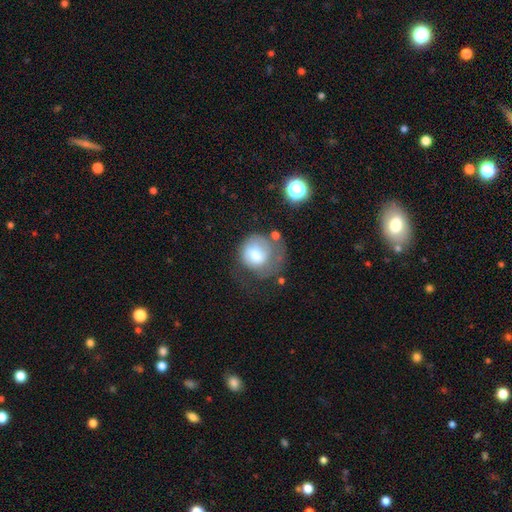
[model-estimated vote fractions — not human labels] Smooth or featured? Predicted: smooth (p=0.51). How rounded? Predicted: round (p=0.79). Merging? Predicted: major disturbance (p=0.36).